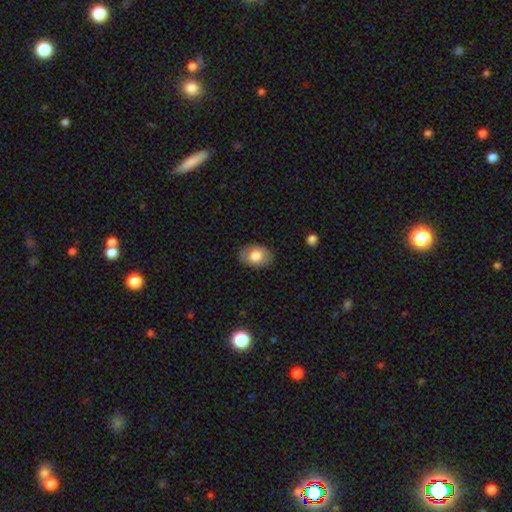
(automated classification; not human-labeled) Smooth or featured? smooth (76%)
How rounded? in between (79%)
Merging? none (84%)